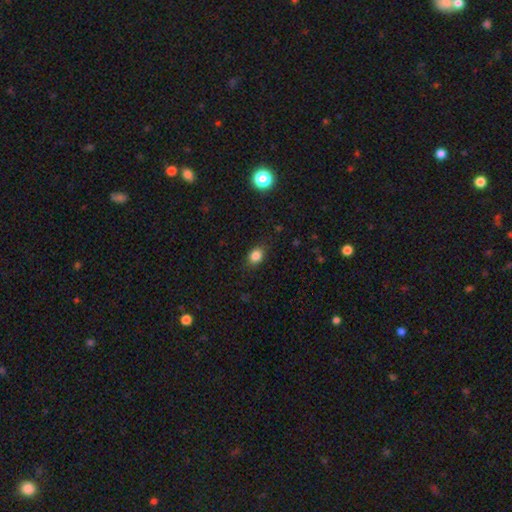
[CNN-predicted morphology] Overall: smooth (84%). How rounded: in between (60%; round 39%). Merging: none (84%).